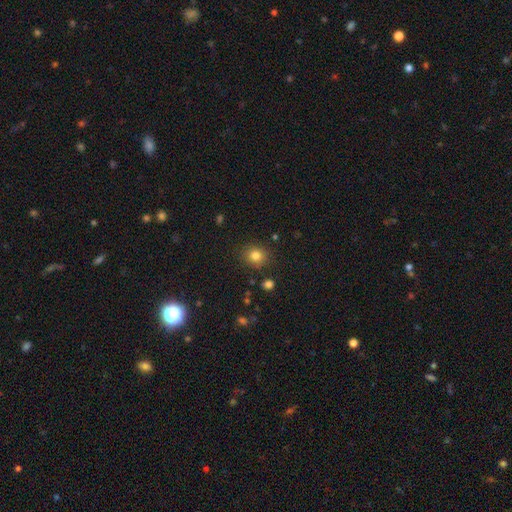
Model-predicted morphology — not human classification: Smooth or featured?
  - smooth: 81% *
  - star or artifact: 12%
  - featured or disk: 6%
How rounded?
  - round: 80% *
  - in between: 19%
  - cigar-shaped: 1%
Merging?
  - none: 86% *
  - minor disturbance: 9%
  - major disturbance: 3%
  - merger: 2%